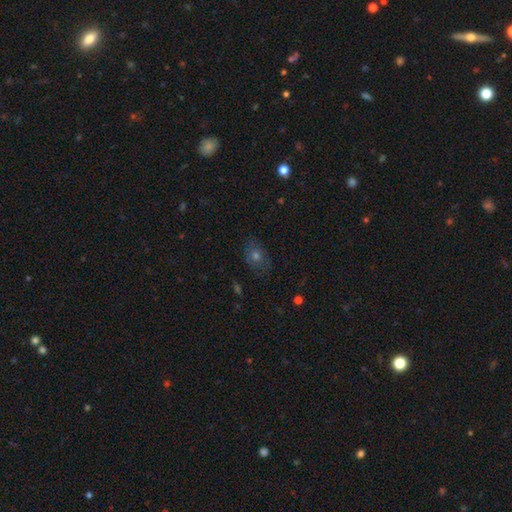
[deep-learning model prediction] smooth 53%, star or artifact 26%, featured or disk 21%. Down the decision tree: how rounded — in between (54%); merging — none (80%).